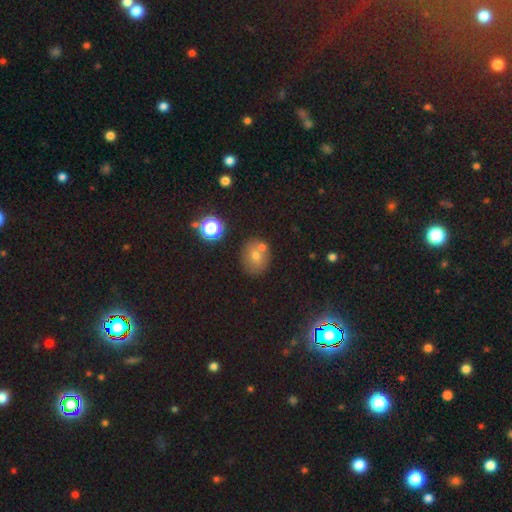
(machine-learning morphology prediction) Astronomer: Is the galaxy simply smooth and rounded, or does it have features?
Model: smooth — 61%.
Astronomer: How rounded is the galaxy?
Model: round — 66%.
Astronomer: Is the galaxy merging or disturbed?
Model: none — 63%.